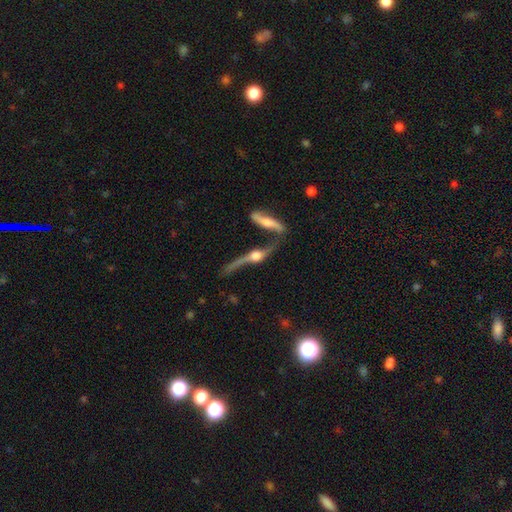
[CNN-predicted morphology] The model was most divided on "merging": merger: 36%, none: 35%, major disturbance: 15%, minor disturbance: 13%. More confident: smooth or featured — featured or disk (77%); edge-on disk — yes (60%).